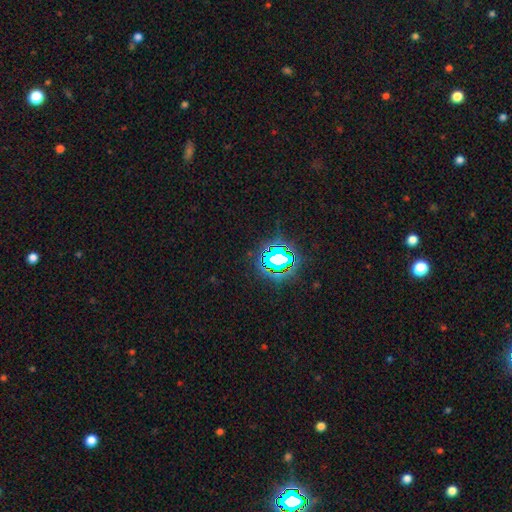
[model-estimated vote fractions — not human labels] This is clearly a star or artifact rather than a galaxy (82%).